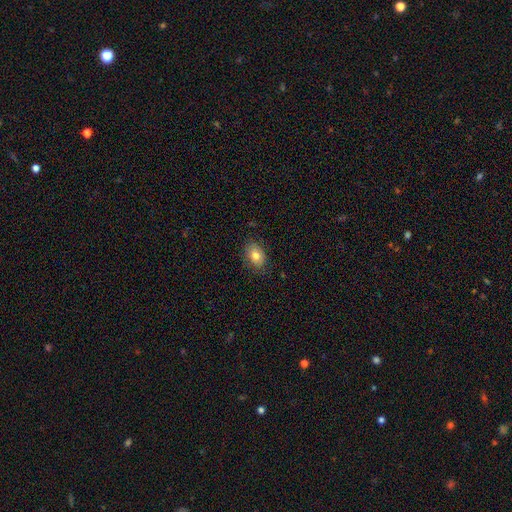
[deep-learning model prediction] Morphology: type=smooth (78%); roundness=in between (83%); merging=none (81%).